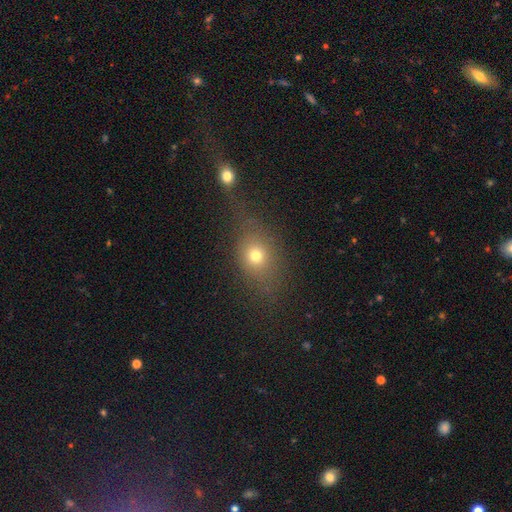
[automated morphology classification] smooth-or-featured: smooth: 69% | star or artifact: 17% | featured or disk: 13%
  how-rounded: round: 49% | in between: 47% | cigar-shaped: 3%
  merging: none: 63% | minor disturbance: 15% | major disturbance: 13% | merger: 9%